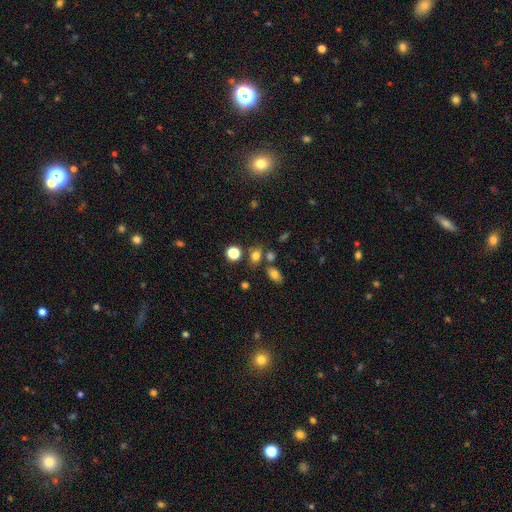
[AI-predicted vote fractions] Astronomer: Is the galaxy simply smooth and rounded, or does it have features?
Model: smooth — 75%.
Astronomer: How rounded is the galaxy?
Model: in between — 50% (runner-up: round, 48%).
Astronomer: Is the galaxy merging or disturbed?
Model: none — 65%.